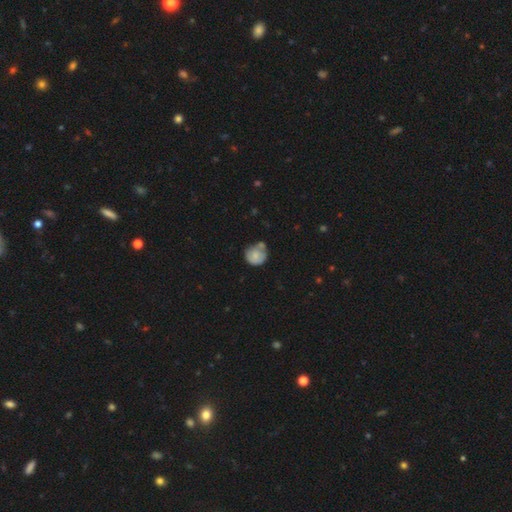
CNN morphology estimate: This appears to be a smooth galaxy with no disk features (73%) that is round (84%). Merging: none (46%).